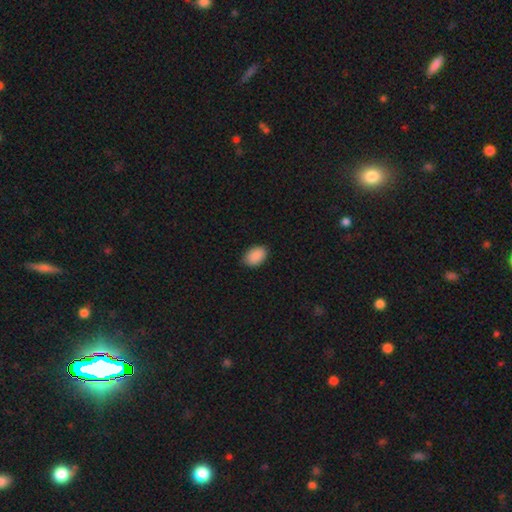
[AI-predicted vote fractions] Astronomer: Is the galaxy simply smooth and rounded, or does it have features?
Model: smooth — 90%.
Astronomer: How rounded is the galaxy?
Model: in between — 87%.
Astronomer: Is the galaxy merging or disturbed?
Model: none — 86%.